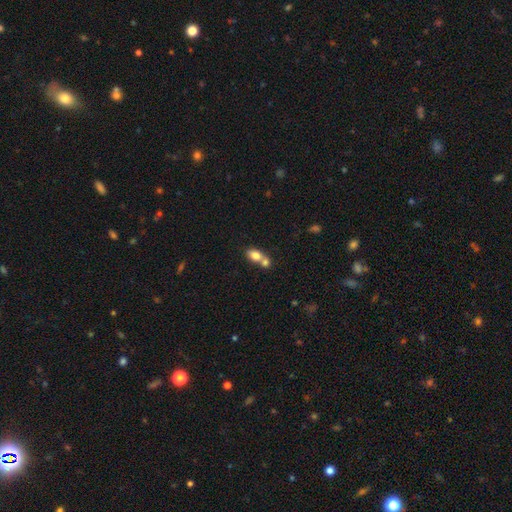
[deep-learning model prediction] Overall: smooth (77%). How rounded: in between (75%). Merging: merger (63%; none 27%).